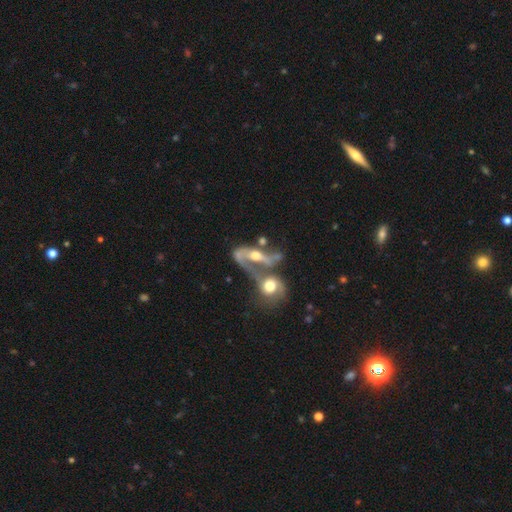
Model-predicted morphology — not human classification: This appears to be a featured or disk galaxy (74%) with no bar (54%), spiral arms (74%) and a moderate central bulge (64%). Merging: merger (66%).